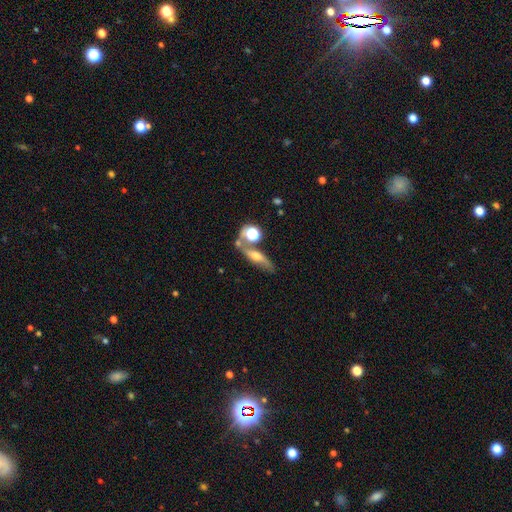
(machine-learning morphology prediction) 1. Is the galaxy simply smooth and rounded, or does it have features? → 53% featured or disk, 36% smooth, 11% star or artifact.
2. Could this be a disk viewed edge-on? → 50% yes (tied), 50% no (tied).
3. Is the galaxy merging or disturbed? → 56% none, 20% merger, 16% minor disturbance, 8% major disturbance.